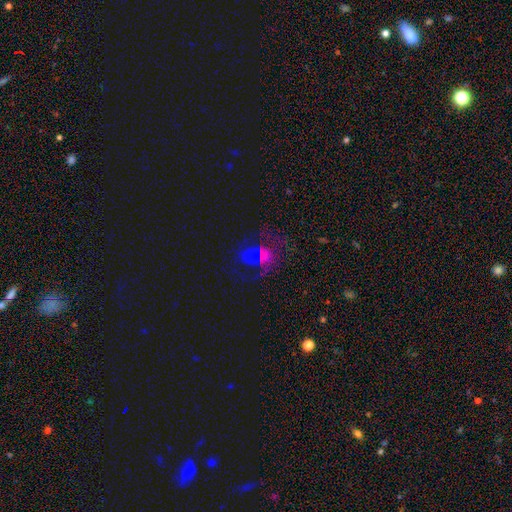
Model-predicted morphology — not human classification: Smooth or featured: featured or disk — 43% (smooth — 31%)
Merging: none — 44% (major disturbance — 30%)